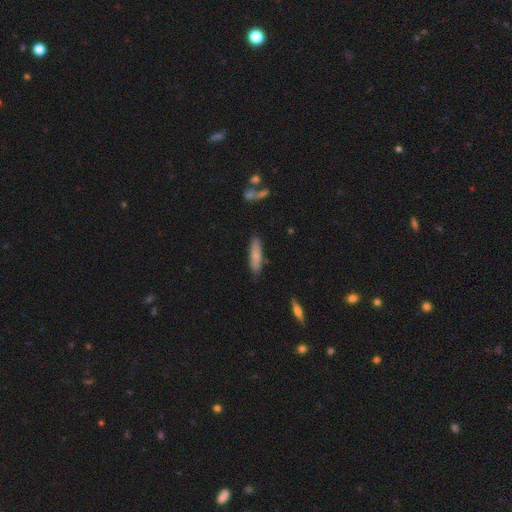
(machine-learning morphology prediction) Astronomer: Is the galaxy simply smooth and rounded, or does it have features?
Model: smooth — 75%.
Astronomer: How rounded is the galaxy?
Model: cigar-shaped — 68%.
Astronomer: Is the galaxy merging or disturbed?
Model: none — 83%.